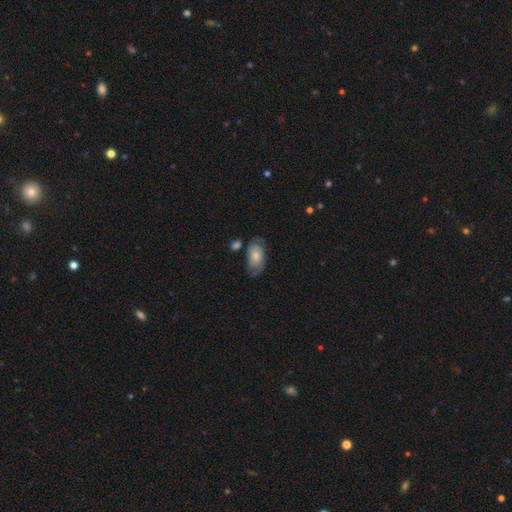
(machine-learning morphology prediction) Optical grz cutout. It shows a smooth galaxy with no disk features (58%) that is in between round and cigar-shaped (92%). Merging: none (58%).